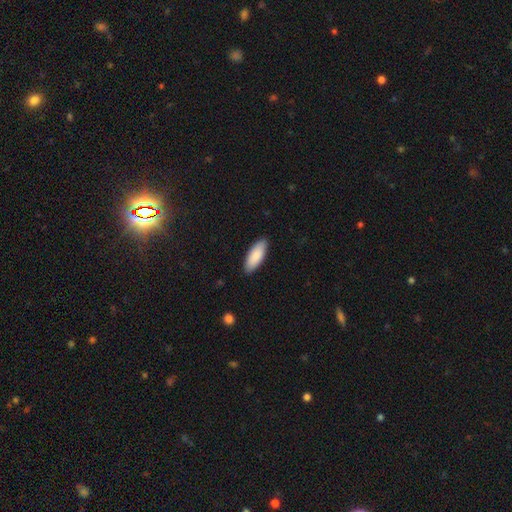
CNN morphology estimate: Overall: smooth (87%). How rounded: in between (78%). Merging: none (88%).